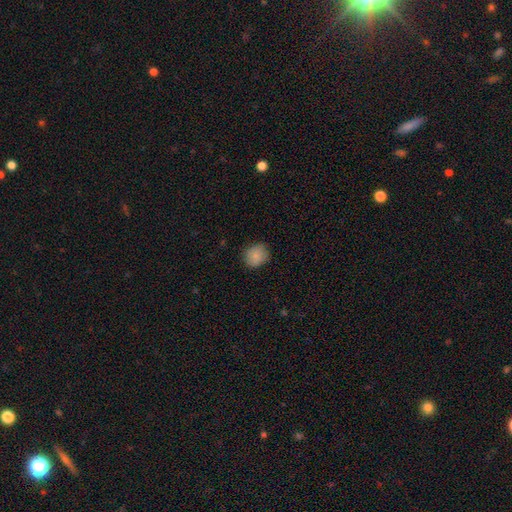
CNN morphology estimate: Smooth or featured?
  - smooth: 86% *
  - star or artifact: 9%
  - featured or disk: 5%
How rounded?
  - round: 73% *
  - in between: 27%
  - cigar-shaped: 1%
Merging?
  - none: 81% *
  - minor disturbance: 15%
  - major disturbance: 3%
  - merger: 1%